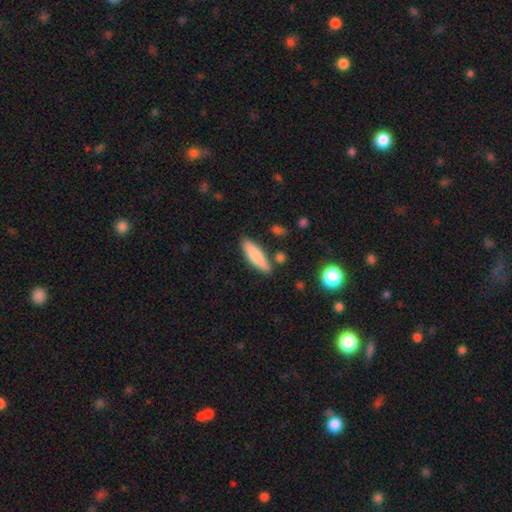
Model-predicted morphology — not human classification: type=smooth (80%); roundness=cigar-shaped (60%); merging=none (82%).